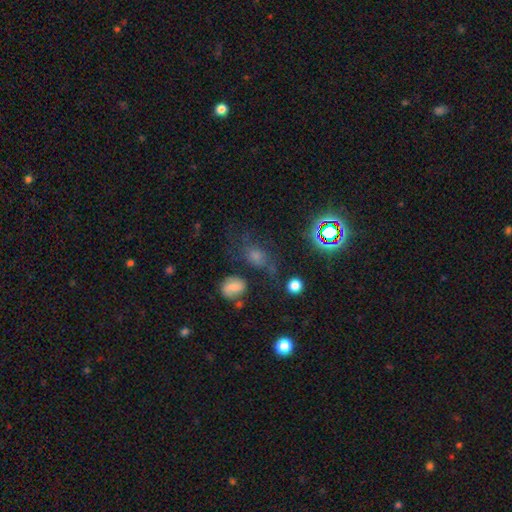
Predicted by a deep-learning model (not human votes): The model was most divided on "smooth or featured": smooth: 44%, star or artifact: 35%, featured or disk: 21%. More confident: merging — none (53%).